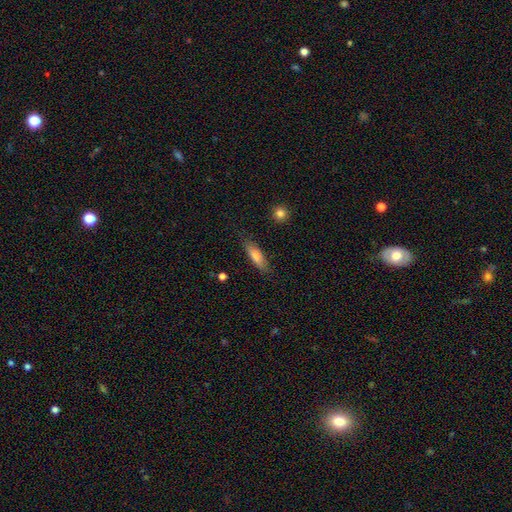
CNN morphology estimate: smooth-or-featured: smooth: 73% | featured or disk: 20% | star or artifact: 7%
  how-rounded: cigar-shaped: 57% | in between: 41% | round: 2%
  merging: none: 79% | minor disturbance: 16% | major disturbance: 4% | merger: 2%